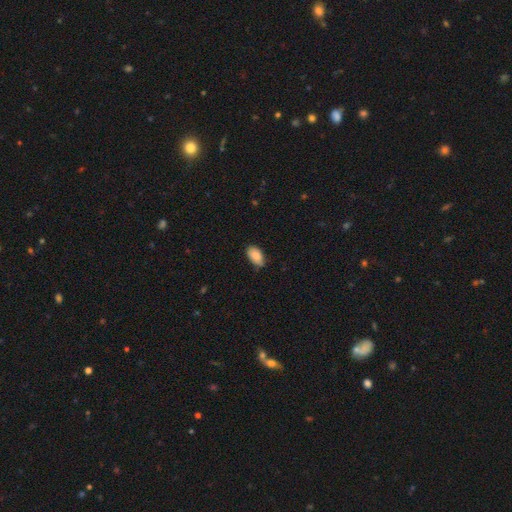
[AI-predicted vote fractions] smooth-or-featured: smooth: 86% | featured or disk: 7% | star or artifact: 7%
  how-rounded: in between: 94% | round: 4% | cigar-shaped: 2%
  merging: none: 74% | minor disturbance: 22% | major disturbance: 3% | merger: 1%